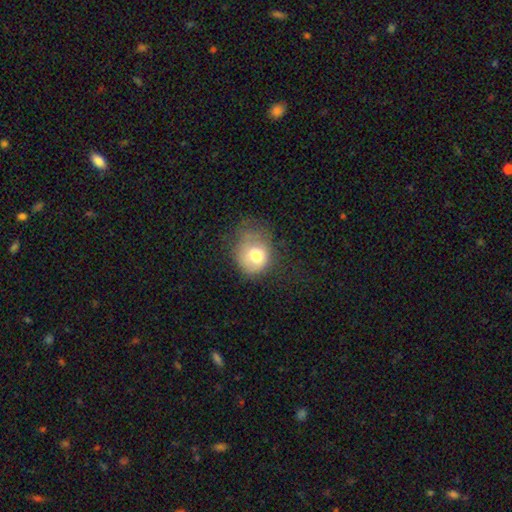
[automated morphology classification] A smooth galaxy with no disk features (72%) that is round (61%). Merging: none (35%).